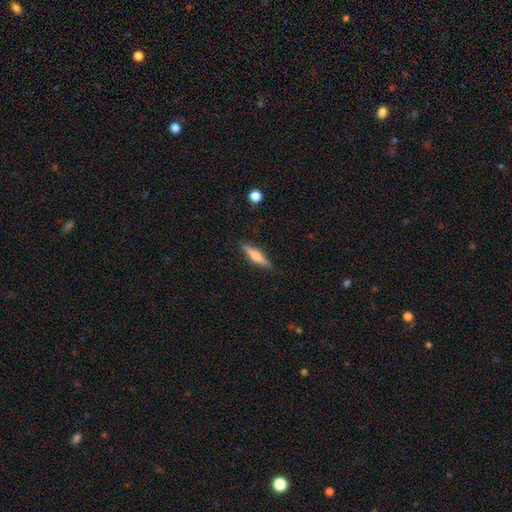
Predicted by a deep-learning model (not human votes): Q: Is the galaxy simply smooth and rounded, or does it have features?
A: featured or disk — 48%.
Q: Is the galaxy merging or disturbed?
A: none — 88%.